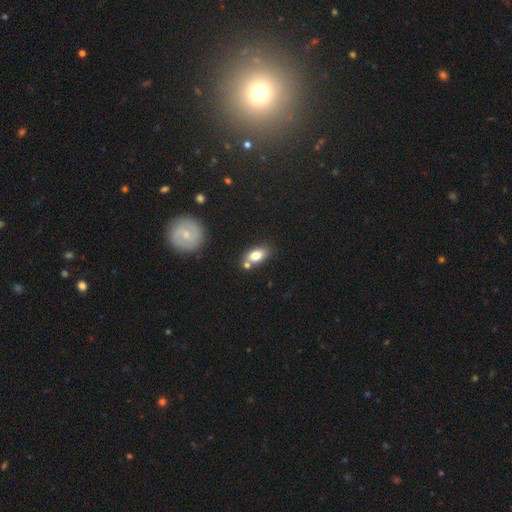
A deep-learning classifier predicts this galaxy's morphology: A smooth galaxy with no disk features (77%) that is in between round and cigar-shaped (86%).

Vote fractions:
- Smooth or featured? smooth: 77% / featured or disk: 15% / star or artifact: 8%
- How rounded? in between: 86% / round: 8% / cigar-shaped: 6%
- Merging? none: 64% / merger: 19% / minor disturbance: 13% / major disturbance: 3%